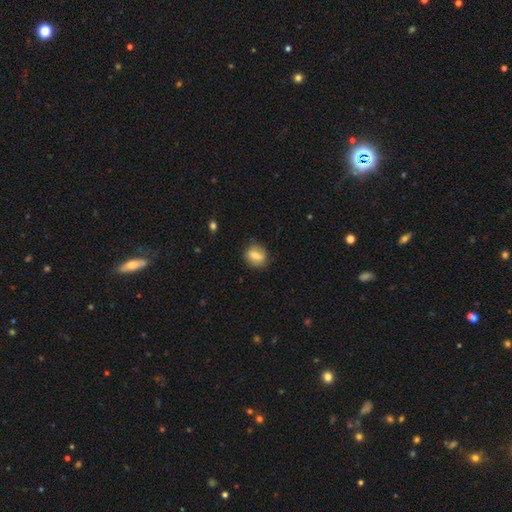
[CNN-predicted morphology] smooth_or_featured: smooth (p=0.72) [alt: featured or disk p=0.20]
how_rounded: round (p=0.67) [alt: in between p=0.31]
merging: none (p=0.81) [alt: minor disturbance p=0.14]